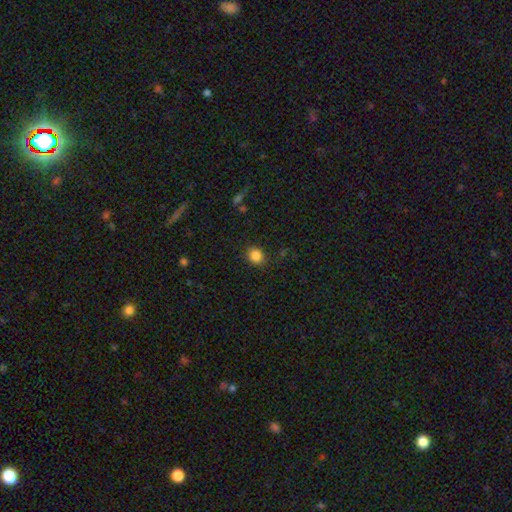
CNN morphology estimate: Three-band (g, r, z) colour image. It shows a smooth galaxy with no disk features (85%) that is round (71%). Merging: none (86%).